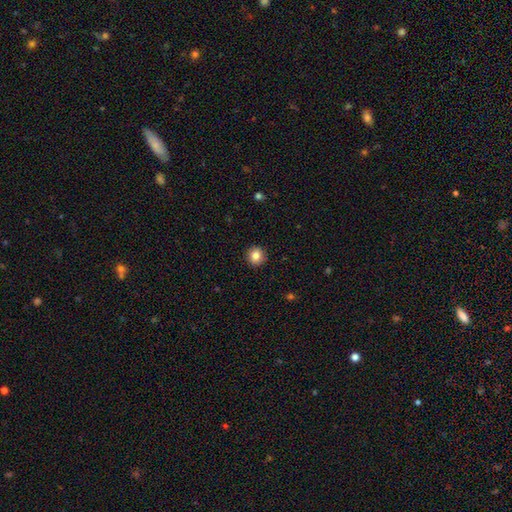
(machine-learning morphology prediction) A smooth galaxy with no disk features (84%) that is round (92%). Merging: none (92%).